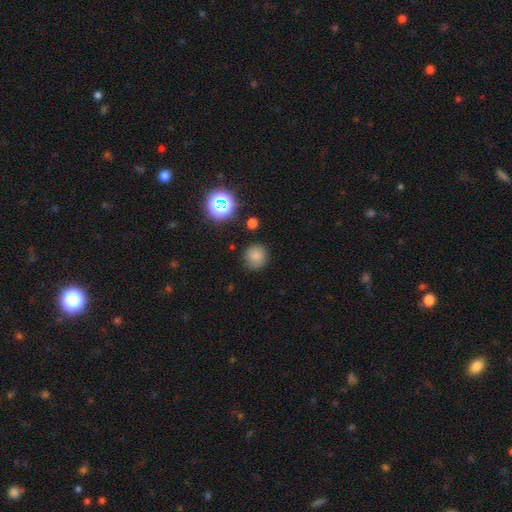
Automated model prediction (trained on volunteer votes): A smooth galaxy with no disk features (78%) that is round (88%). Merging: none (82%).